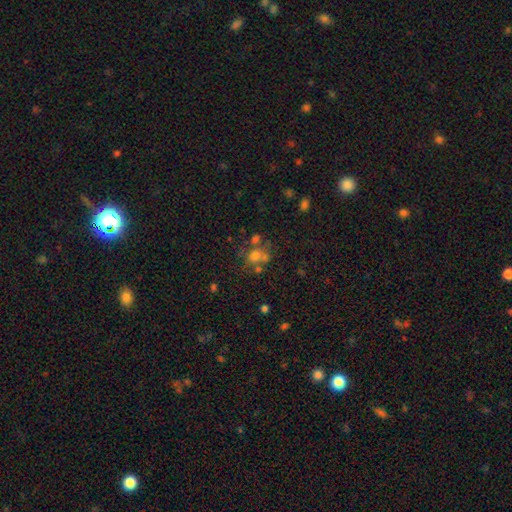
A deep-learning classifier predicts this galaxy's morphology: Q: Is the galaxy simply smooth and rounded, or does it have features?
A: smooth — 58%.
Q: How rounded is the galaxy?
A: round — 71%.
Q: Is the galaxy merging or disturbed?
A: none — 45%.